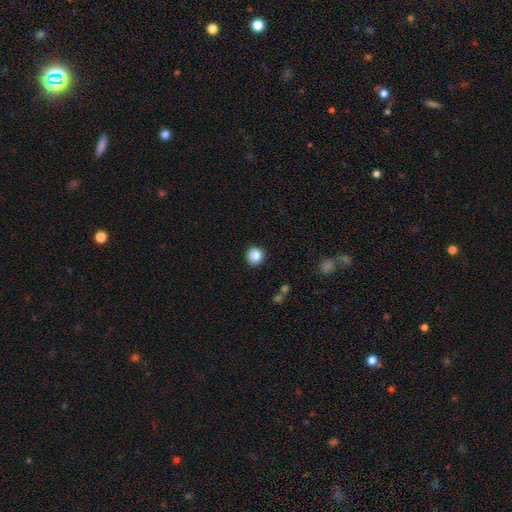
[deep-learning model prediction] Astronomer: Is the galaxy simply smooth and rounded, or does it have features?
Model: smooth — 86%.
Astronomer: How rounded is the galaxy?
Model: round — 94%.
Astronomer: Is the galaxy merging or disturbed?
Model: none — 91%.